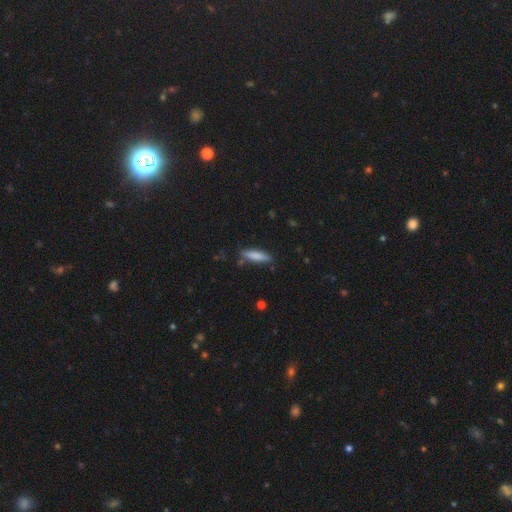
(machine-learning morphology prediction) The model was most divided on "how rounded": cigar-shaped: 73%, in between: 26%, round: 2%. More confident: merging — none (81%); smooth or featured — smooth (81%).